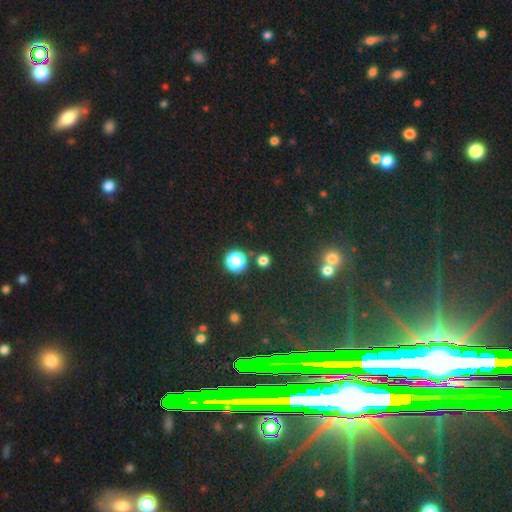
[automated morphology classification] smooth_or_featured: star or artifact (p=0.85) [alt: featured or disk p=0.08]